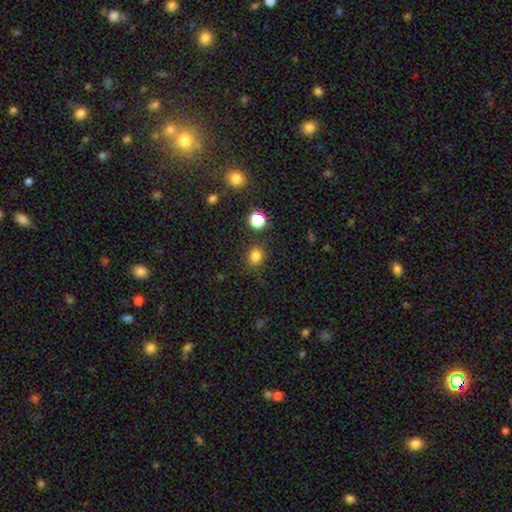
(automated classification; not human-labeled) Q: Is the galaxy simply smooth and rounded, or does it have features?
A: smooth — 82%.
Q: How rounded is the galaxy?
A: round — 58%.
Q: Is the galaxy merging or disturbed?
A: none — 81%.